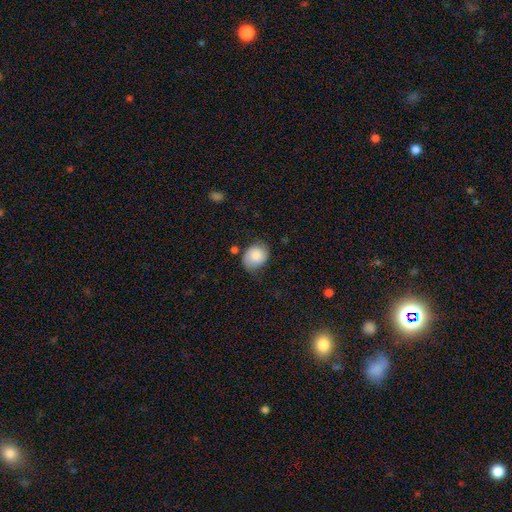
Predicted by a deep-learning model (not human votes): smooth_or_featured: smooth (p=0.78) [alt: featured or disk p=0.14]
how_rounded: round (p=0.58) [alt: in between p=0.41]
merging: none (p=0.62) [alt: minor disturbance p=0.27]